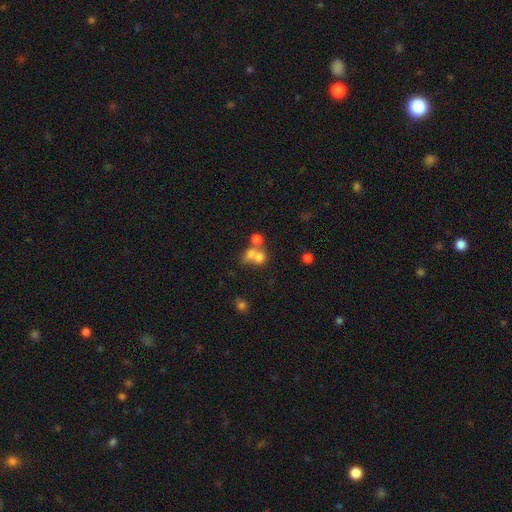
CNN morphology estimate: Smooth or featured? Predicted: smooth (p=0.65). How rounded? Predicted: round (p=0.72). Merging? Predicted: merger (p=0.59).